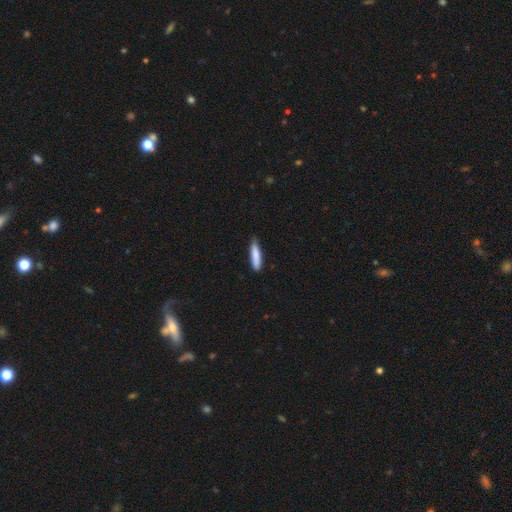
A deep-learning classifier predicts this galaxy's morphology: type=smooth (84%); roundness=cigar-shaped (78%); merging=none (77%).